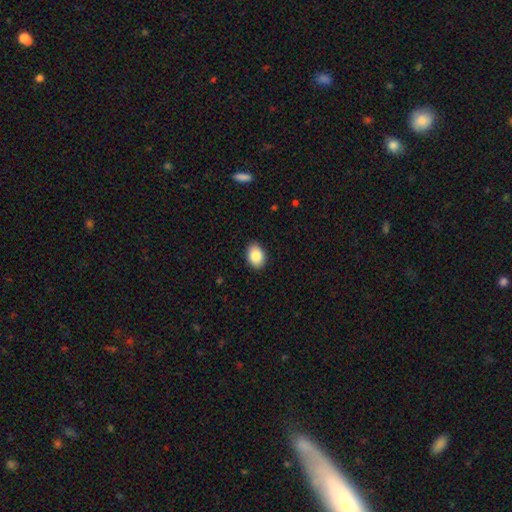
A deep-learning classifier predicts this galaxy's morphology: A smooth galaxy with no disk features (87%) that is in between round and cigar-shaped (81%).

Vote fractions:
- Smooth or featured? smooth: 87% / star or artifact: 7% / featured or disk: 6%
- How rounded? in between: 81% / round: 18% / cigar-shaped: 1%
- Merging? none: 90% / minor disturbance: 8% / major disturbance: 2% / merger: 1%